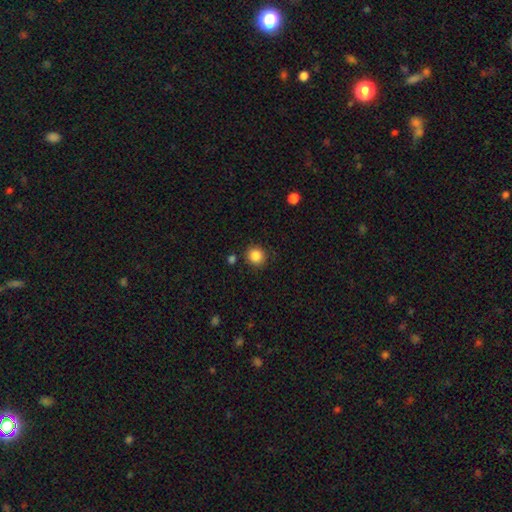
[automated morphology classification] smooth_or_featured: smooth (p=0.86) [alt: star or artifact p=0.10]
how_rounded: round (p=0.92) [alt: in between p=0.08]
merging: none (p=0.87) [alt: minor disturbance p=0.08]